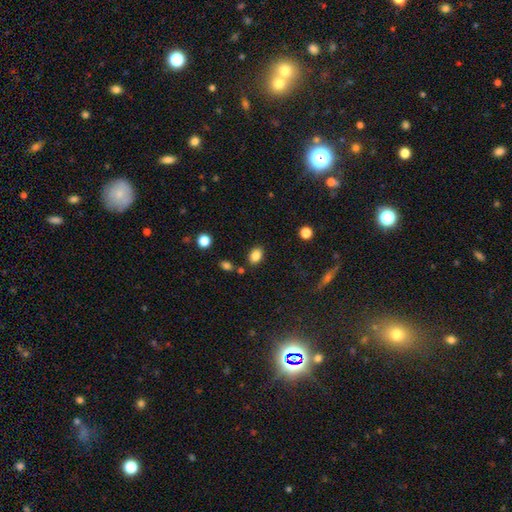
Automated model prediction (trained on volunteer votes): A smooth galaxy with no disk features (85%) that is in between round and cigar-shaped (79%).

Vote fractions:
- Smooth or featured? smooth: 85% / star or artifact: 10% / featured or disk: 5%
- How rounded? in between: 79% / round: 20% / cigar-shaped: 1%
- Merging? none: 80% / minor disturbance: 11% / merger: 6% / major disturbance: 3%